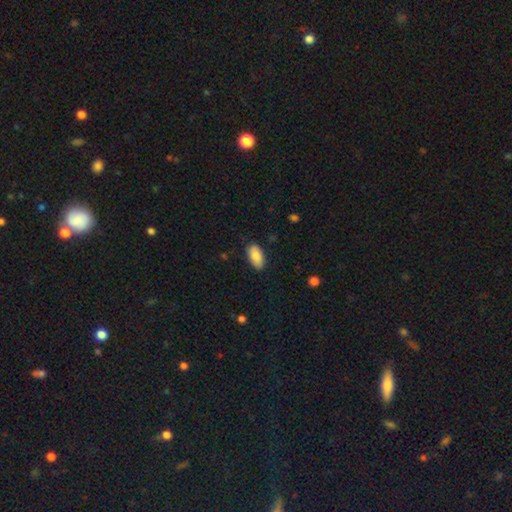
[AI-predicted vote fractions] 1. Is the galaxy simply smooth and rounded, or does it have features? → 86% smooth, 7% featured or disk, 7% star or artifact.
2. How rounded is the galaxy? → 94% in between, 4% cigar-shaped, 2% round.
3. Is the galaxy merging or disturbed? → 84% none, 13% minor disturbance, 2% major disturbance, 1% merger.